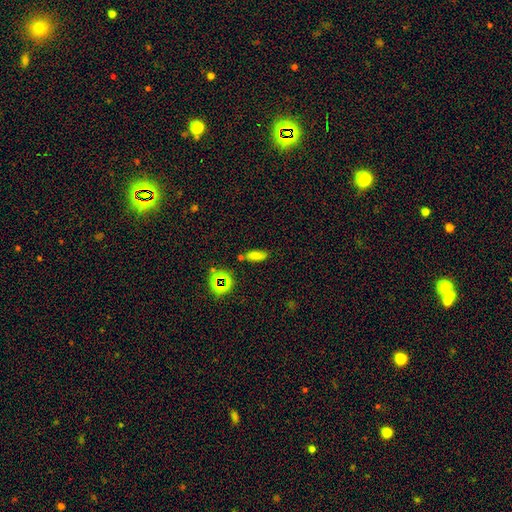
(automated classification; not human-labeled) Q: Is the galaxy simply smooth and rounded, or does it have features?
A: smooth — 69%.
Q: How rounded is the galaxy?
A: in between — 76%.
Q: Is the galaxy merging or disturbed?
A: none — 71%.